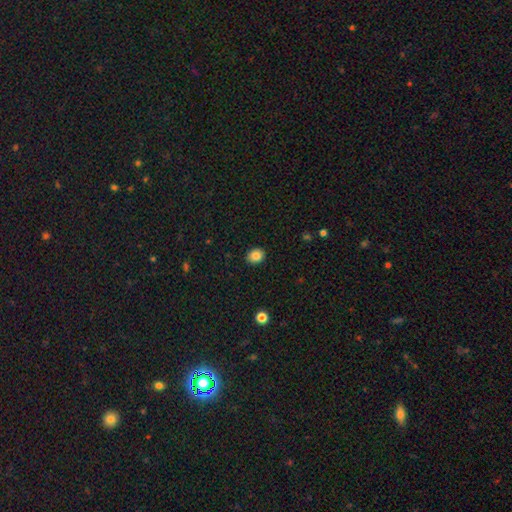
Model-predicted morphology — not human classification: Smooth or featured? Predicted: smooth (p=0.86). How rounded? Predicted: round (p=0.58). Merging? Predicted: none (p=0.90).